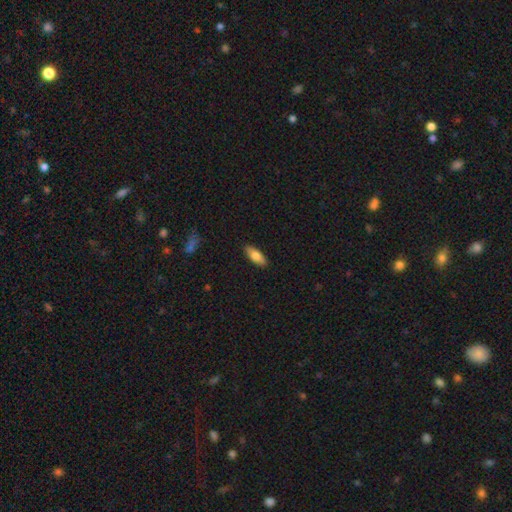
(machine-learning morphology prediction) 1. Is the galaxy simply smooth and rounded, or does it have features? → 77% smooth, 17% featured or disk, 6% star or artifact.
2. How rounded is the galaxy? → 73% in between, 25% cigar-shaped, 2% round.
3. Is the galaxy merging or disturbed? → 89% none, 9% minor disturbance, 2% major disturbance, 1% merger.